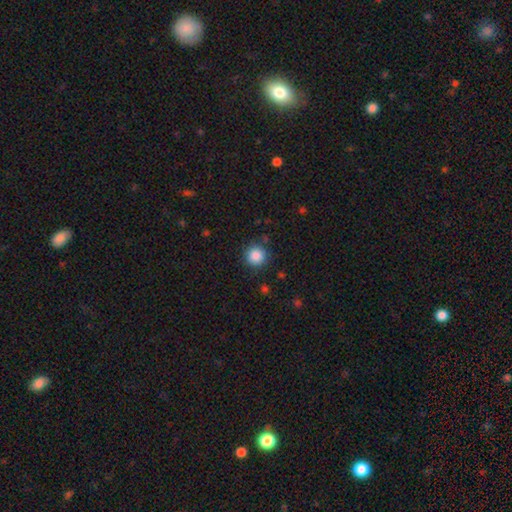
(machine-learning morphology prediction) Overall: smooth (87%). How rounded: round (94%). Merging: none (88%).